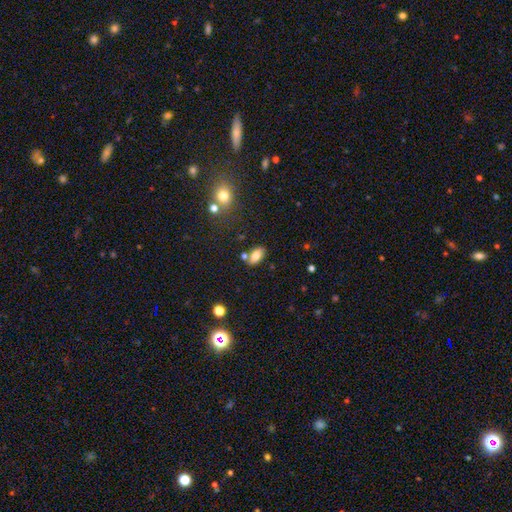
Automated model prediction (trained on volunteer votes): This is likely a smooth galaxy (78%). How rounded: clearly in between (90%). Merging: likely none (73%).